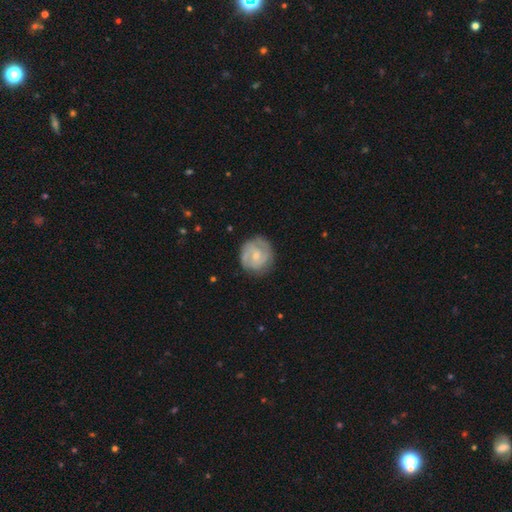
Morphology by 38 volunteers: featured or disk 68%, smooth 24%, star or artifact 8%. Down the decision tree: edge-on disk — no (100%); bar — no (73%); spiral arms — yes (92%); spiral arm count — 2 (50%); spiral winding — tight (54%); bulge size — small (65%); merging — none (57%).